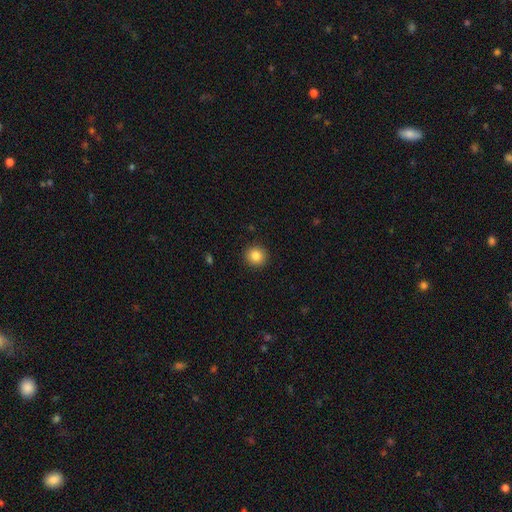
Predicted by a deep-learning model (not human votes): Smooth or featured? Predicted: smooth (p=0.84). How rounded? Predicted: round (p=0.90). Merging? Predicted: none (p=0.92).